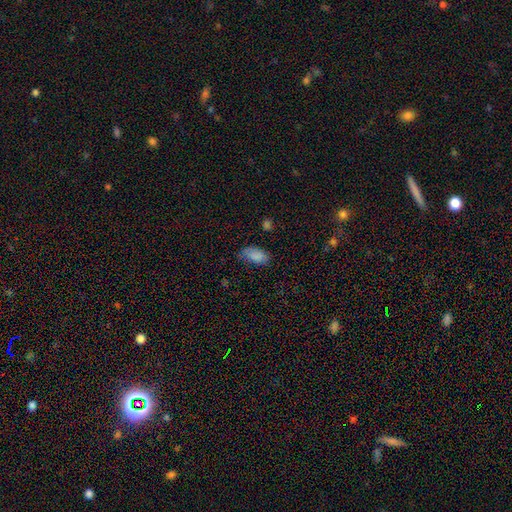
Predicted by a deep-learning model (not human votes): Smooth or featured?
  - smooth: 85% *
  - star or artifact: 9%
  - featured or disk: 6%
How rounded?
  - in between: 93% *
  - round: 4%
  - cigar-shaped: 3%
Merging?
  - none: 64% *
  - minor disturbance: 28%
  - major disturbance: 6%
  - merger: 2%